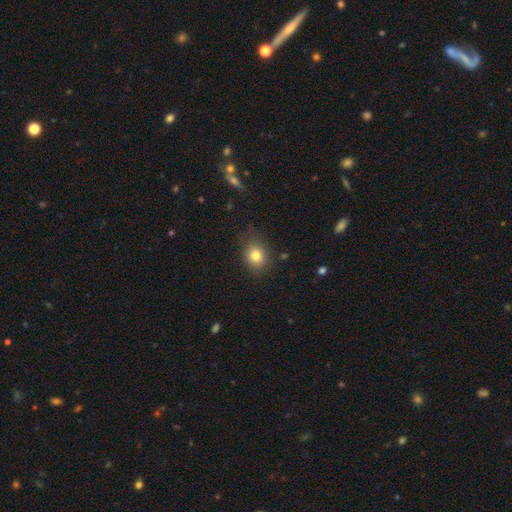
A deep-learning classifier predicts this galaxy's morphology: A smooth galaxy with no disk features (80%) that is round (59%). Merging: none (78%).